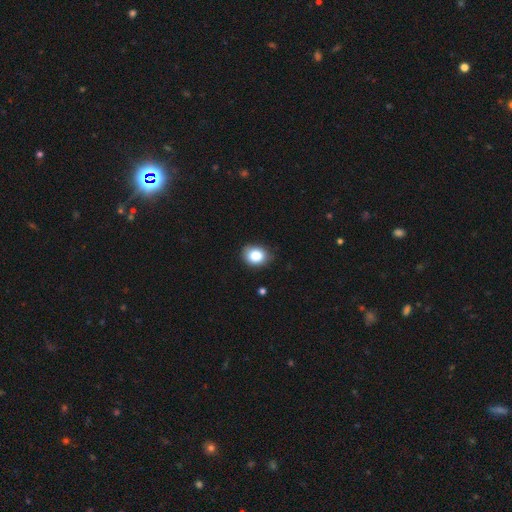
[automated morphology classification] This is clearly a smooth galaxy (86%). How rounded: possibly round (58%). Merging: likely none (77%).